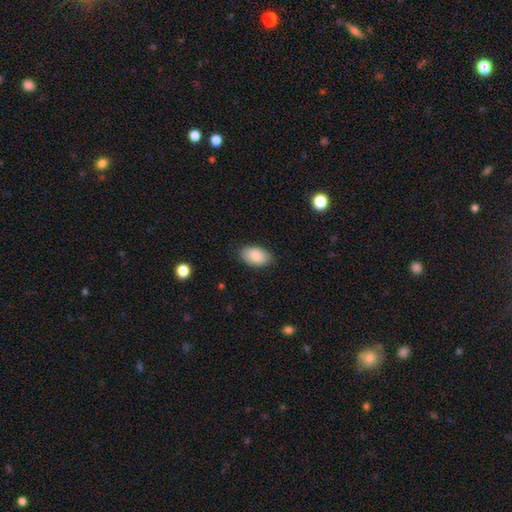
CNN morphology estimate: This is clearly a smooth galaxy (88%). How rounded: clearly in between (94%). Merging: clearly none (85%).